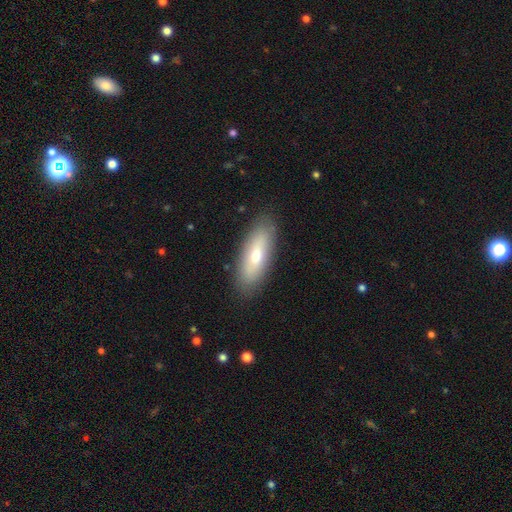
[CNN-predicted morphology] A smooth galaxy with no disk features (65%) that is in between round and cigar-shaped (64%).

Vote fractions:
- Smooth or featured? smooth: 65% / featured or disk: 29% / star or artifact: 7%
- How rounded? in between: 64% / cigar-shaped: 33% / round: 2%
- Merging? none: 86% / minor disturbance: 10% / major disturbance: 3% / merger: 1%